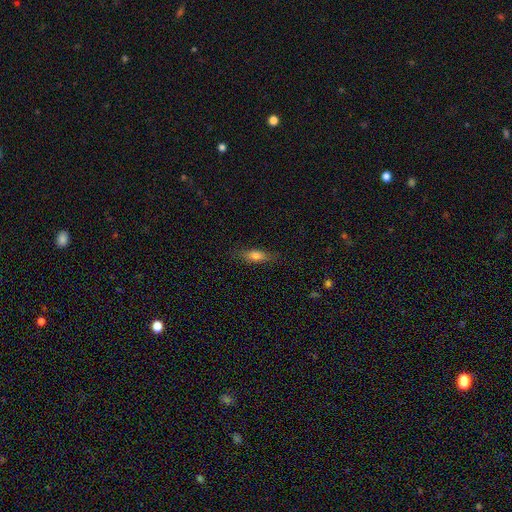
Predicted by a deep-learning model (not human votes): Morphology: type=smooth (71%); roundness=in between (59%); merging=none (82%).